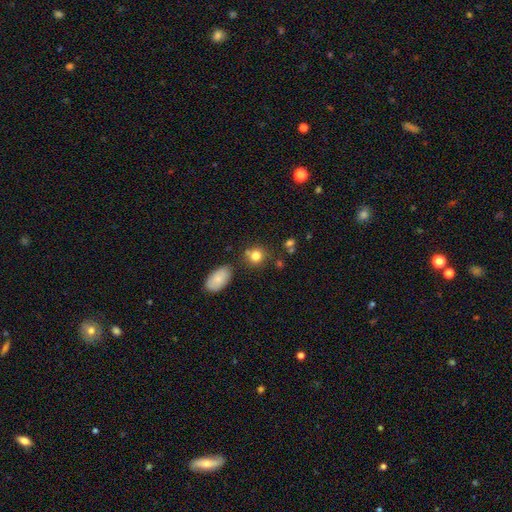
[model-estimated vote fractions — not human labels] A smooth galaxy with no disk features (81%) that is round (81%). Merging: none (72%).